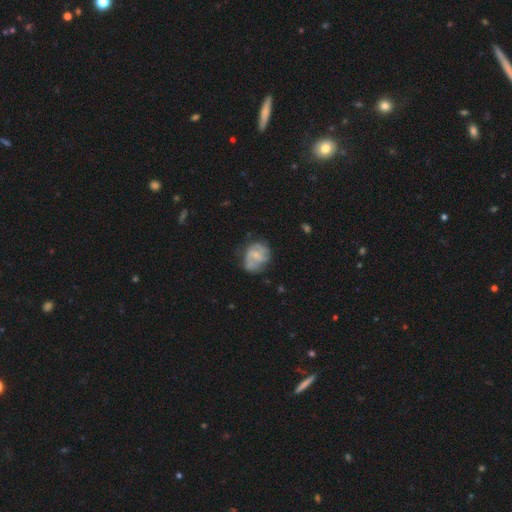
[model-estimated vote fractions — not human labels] The model was most divided on "spiral winding": medium: 46%, tight: 38%, loose: 16%. Remaining: edge-on disk — no (98%); spiral arms — yes (91%); smooth or featured — featured or disk (74%); merging — none (61%); bulge size — small (56%); bar — no (51%); spiral arm count — 2 (46%).